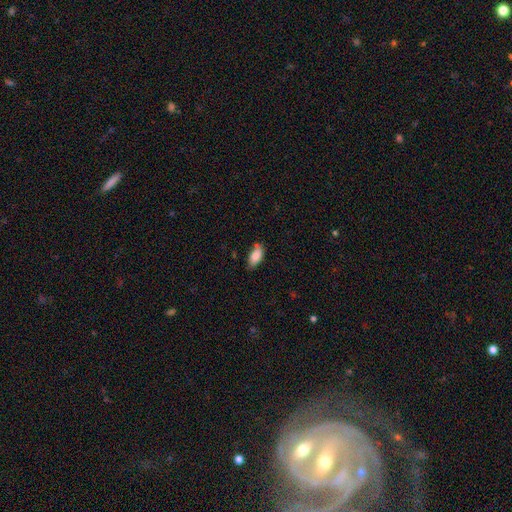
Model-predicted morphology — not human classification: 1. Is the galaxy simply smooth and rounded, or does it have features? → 85% smooth, 9% featured or disk, 7% star or artifact.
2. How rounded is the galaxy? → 89% in between, 8% cigar-shaped, 3% round.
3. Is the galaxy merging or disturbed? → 69% none, 23% minor disturbance, 4% major disturbance, 4% merger.